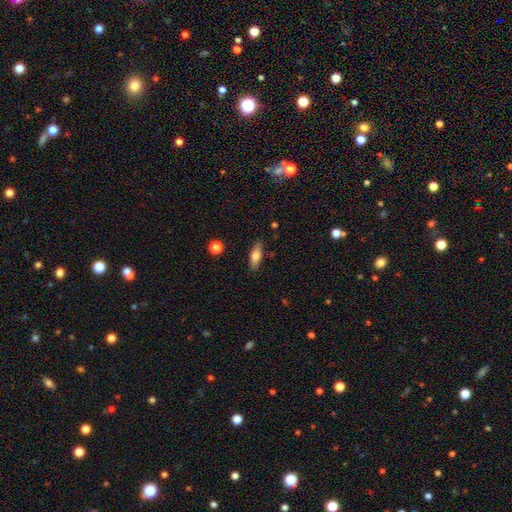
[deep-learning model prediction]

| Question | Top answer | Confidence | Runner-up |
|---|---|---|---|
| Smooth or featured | smooth | 66% | featured or disk (27%) |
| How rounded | in between | 60% | cigar-shaped (37%) |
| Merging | none | 83% | minor disturbance (13%) |